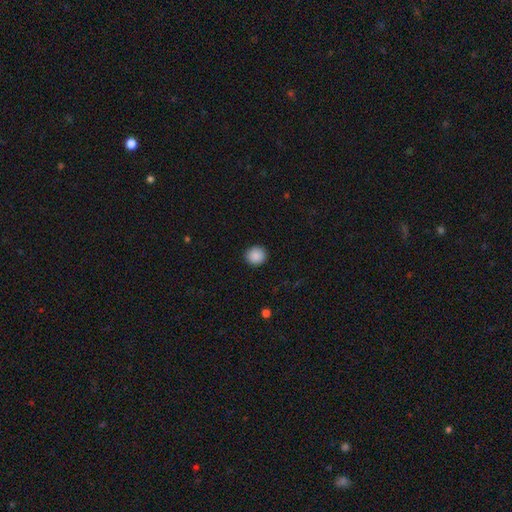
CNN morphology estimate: Smooth or featured?
  - smooth: 89% *
  - star or artifact: 9%
  - featured or disk: 2%
How rounded?
  - round: 89% *
  - in between: 10%
  - cigar-shaped: 1%
Merging?
  - none: 92% *
  - minor disturbance: 5%
  - major disturbance: 2%
  - merger: 1%